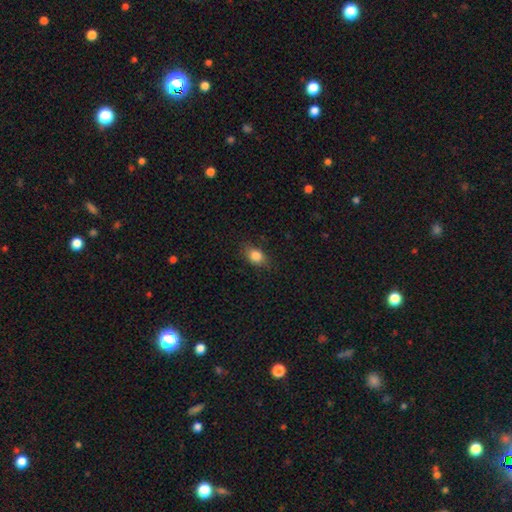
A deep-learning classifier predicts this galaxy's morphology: Overall: smooth (84%). How rounded: in between (73%). Merging: none (80%).